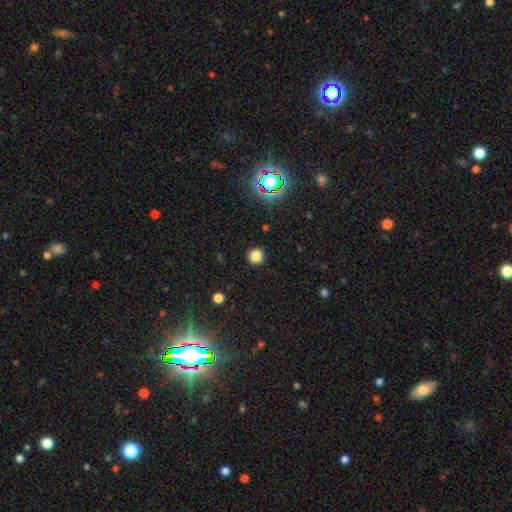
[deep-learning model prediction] smooth_or_featured: smooth (p=0.80) [alt: star or artifact p=0.15]
how_rounded: round (p=0.87) [alt: in between p=0.12]
merging: none (p=0.88) [alt: minor disturbance p=0.08]